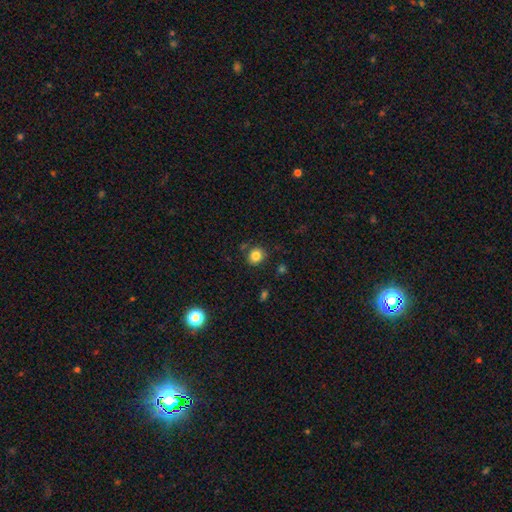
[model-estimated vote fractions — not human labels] Smooth or featured?
  - smooth: 83% *
  - star or artifact: 11%
  - featured or disk: 5%
How rounded?
  - round: 83% *
  - in between: 16%
  - cigar-shaped: 1%
Merging?
  - none: 82% *
  - minor disturbance: 10%
  - merger: 5%
  - major disturbance: 3%